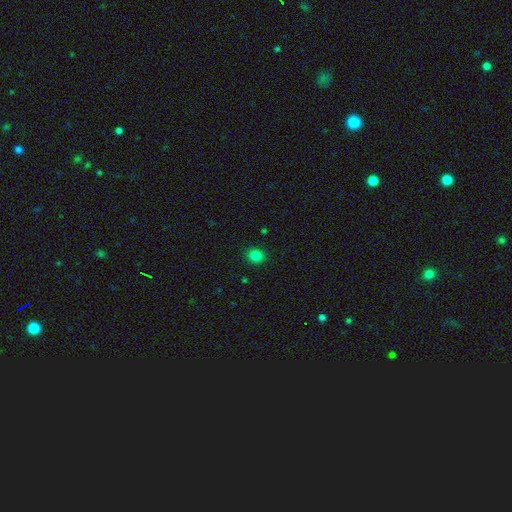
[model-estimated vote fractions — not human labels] A smooth galaxy with no disk features (82%) that is round (78%).

Vote fractions:
- Smooth or featured? smooth: 82% / star or artifact: 14% / featured or disk: 4%
- How rounded? round: 78% / in between: 21% / cigar-shaped: 1%
- Merging? none: 90% / minor disturbance: 7% / major disturbance: 2% / merger: 1%